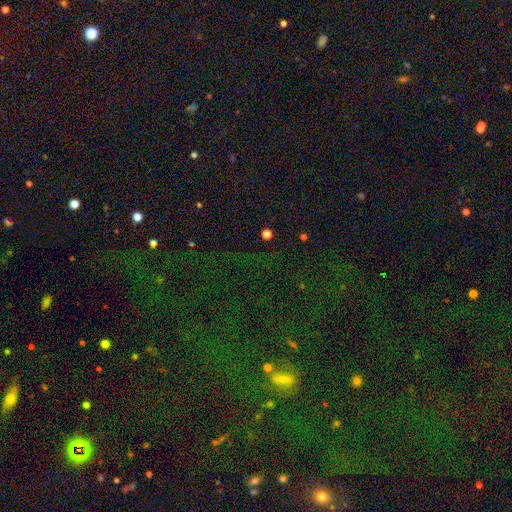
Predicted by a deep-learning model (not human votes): A star or artifact, not a galaxy (78%).